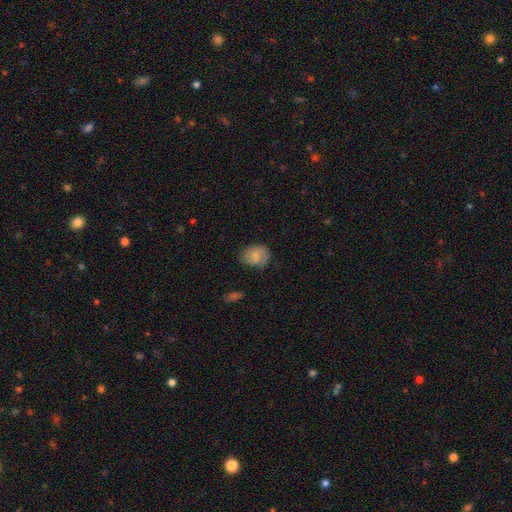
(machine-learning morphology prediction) Smooth or featured: smooth — 74% (featured or disk — 18%)
How rounded: in between — 56% (round — 43%)
Merging: none — 66% (minor disturbance — 25%)